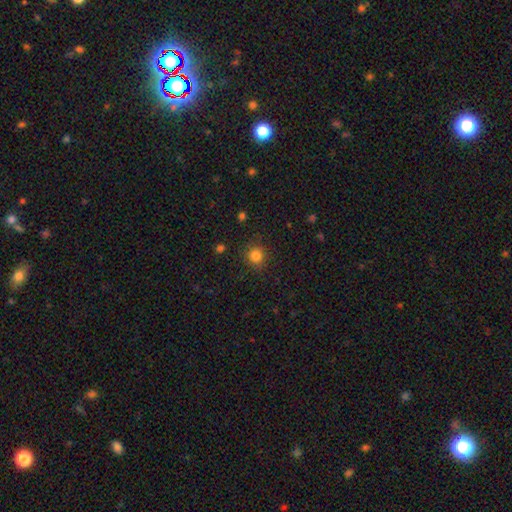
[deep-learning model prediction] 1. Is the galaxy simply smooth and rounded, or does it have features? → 83% smooth, 13% star or artifact, 5% featured or disk.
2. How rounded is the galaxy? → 92% round, 7% in between, 1% cigar-shaped.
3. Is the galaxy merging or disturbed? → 88% none, 8% minor disturbance, 3% major disturbance, 1% merger.